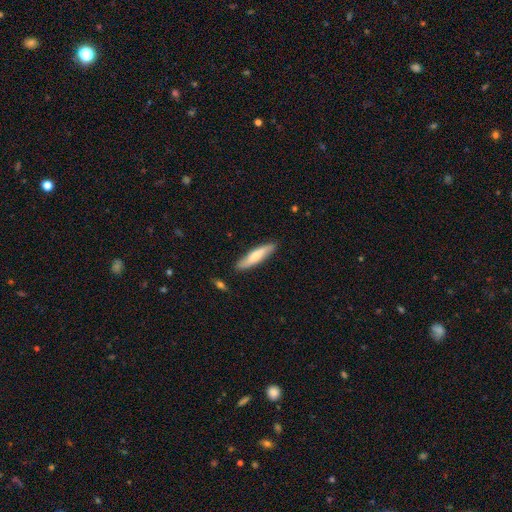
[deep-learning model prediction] Q: Smooth or featured?
A: smooth (66%); runner-up: featured or disk (29%)
Q: How rounded?
A: cigar-shaped (80%); runner-up: in between (19%)
Q: Merging?
A: none (86%); runner-up: minor disturbance (10%)